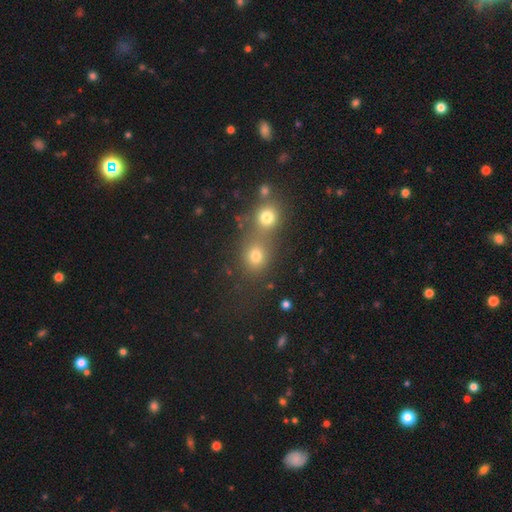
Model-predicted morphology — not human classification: smooth 70%, star or artifact 21%, featured or disk 9%. Down the decision tree: how rounded — round (79%); merging — merger (49%).